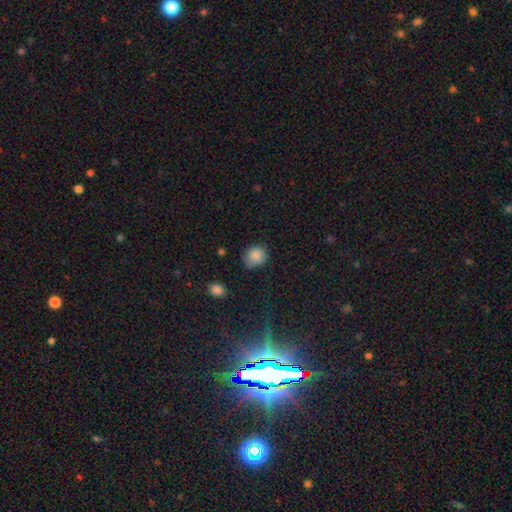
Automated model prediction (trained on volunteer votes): Q: Smooth or featured?
A: smooth (85%); runner-up: star or artifact (10%)
Q: How rounded?
A: round (67%); runner-up: in between (32%)
Q: Merging?
A: none (68%); runner-up: minor disturbance (25%)